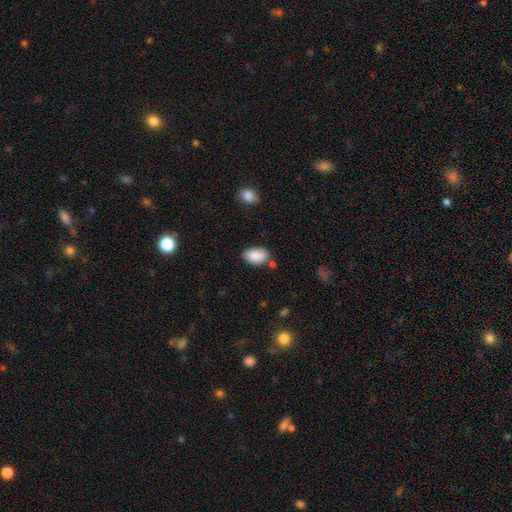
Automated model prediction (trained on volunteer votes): The model was most divided on "merging": none: 74%, minor disturbance: 16%, merger: 6%, major disturbance: 3%. More confident: how rounded — in between (93%); smooth or featured — smooth (89%).